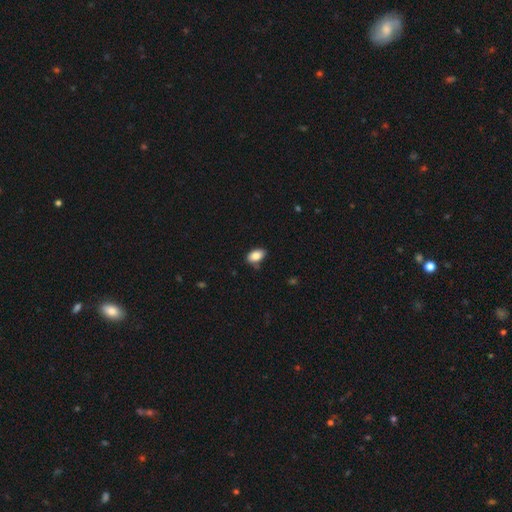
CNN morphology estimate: This is clearly a smooth galaxy (85%). How rounded: clearly in between (92%). Merging: likely none (80%).